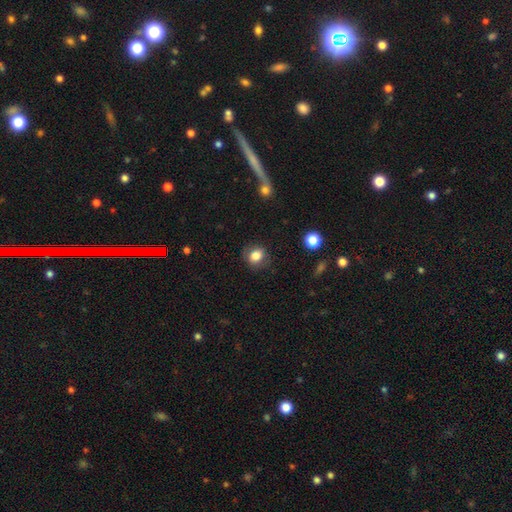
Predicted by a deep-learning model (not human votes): smooth-or-featured: smooth: 81% | star or artifact: 10% | featured or disk: 9%
  how-rounded: round: 61% | in between: 38% | cigar-shaped: 1%
  merging: none: 80% | minor disturbance: 14% | major disturbance: 5% | merger: 1%